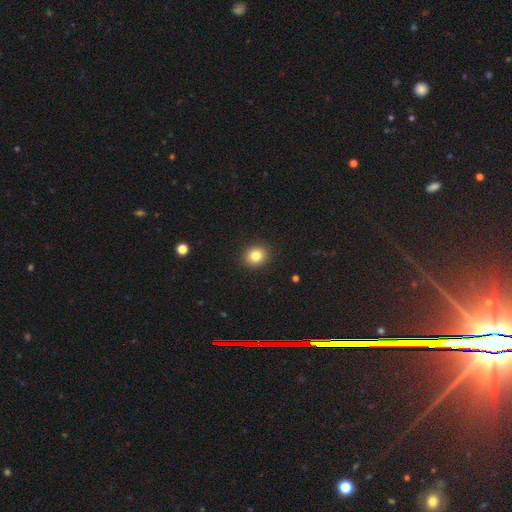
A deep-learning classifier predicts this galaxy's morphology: type=smooth (82%); roundness=round (76%); merging=none (92%).